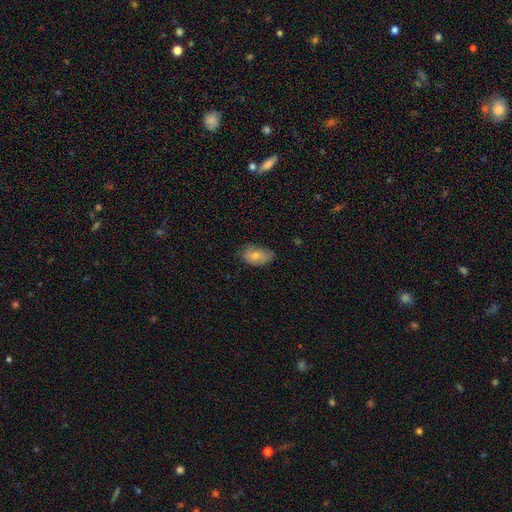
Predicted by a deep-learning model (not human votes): A smooth galaxy with no disk features (76%) that is in between round and cigar-shaped (90%). Merging: none (58%).